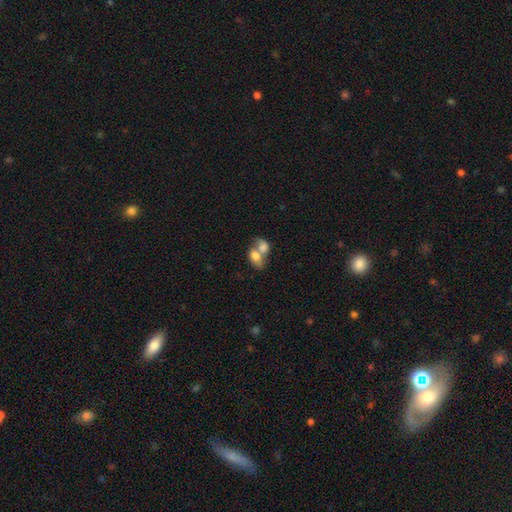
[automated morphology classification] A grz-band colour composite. It shows a smooth galaxy with no disk features (73%) that is in between round and cigar-shaped (79%). Merging: merger (76%).